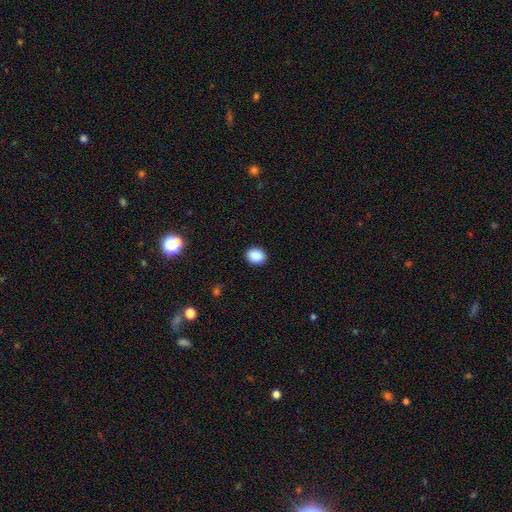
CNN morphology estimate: The model was most divided on "how rounded": in between: 56%, round: 43%, cigar-shaped: 1%. More confident: merging — none (90%); smooth or featured — smooth (90%).